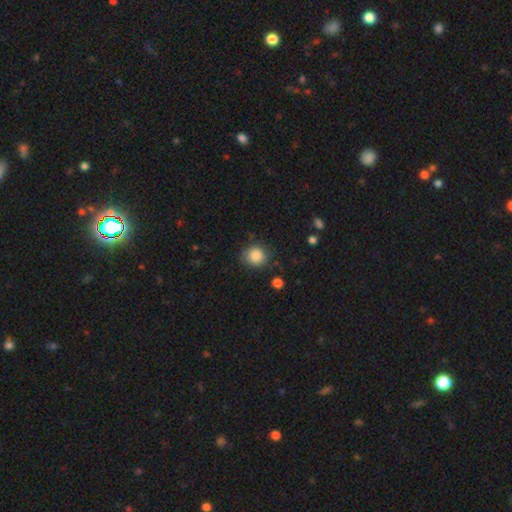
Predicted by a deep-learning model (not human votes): Smooth or featured: smooth — 87% (star or artifact — 9%)
How rounded: round — 88% (in between — 11%)
Merging: none — 81% (minor disturbance — 13%)